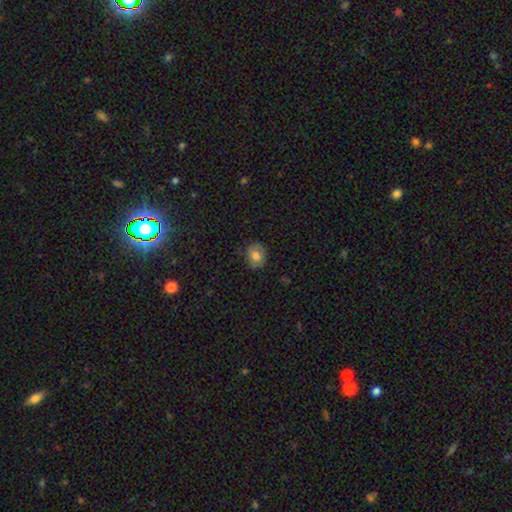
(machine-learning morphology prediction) This appears to be a smooth galaxy with no disk features (76%) that is round (61%). Merging: none (80%).